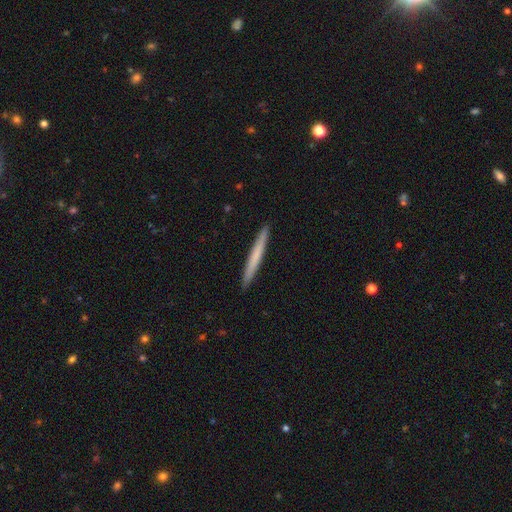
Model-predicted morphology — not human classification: Q: Smooth or featured?
A: smooth (64%); runner-up: featured or disk (31%)
Q: How rounded?
A: cigar-shaped (97%); runner-up: in between (2%)
Q: Merging?
A: none (93%); runner-up: minor disturbance (5%)